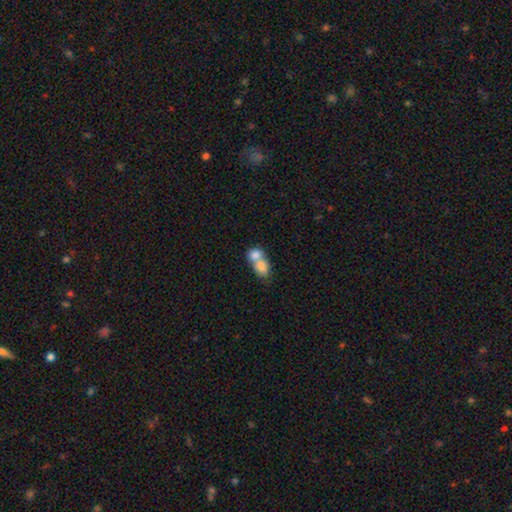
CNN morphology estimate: smooth-or-featured: smooth: 78% | featured or disk: 14% | star or artifact: 8%
  how-rounded: in between: 58% | round: 41% | cigar-shaped: 2%
  merging: merger: 74% | none: 18% | minor disturbance: 5% | major disturbance: 3%